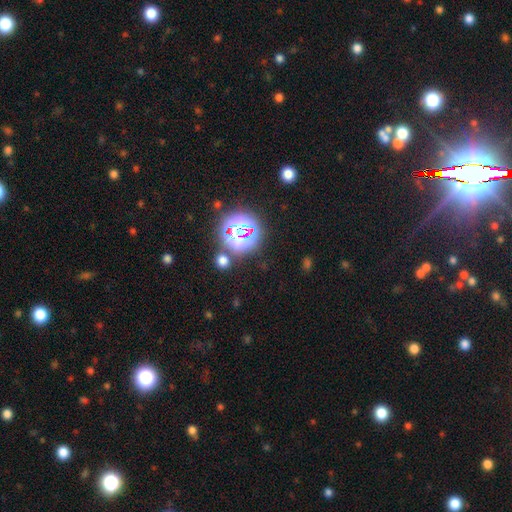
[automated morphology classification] Smooth or featured? Predicted: star or artifact (p=0.82).